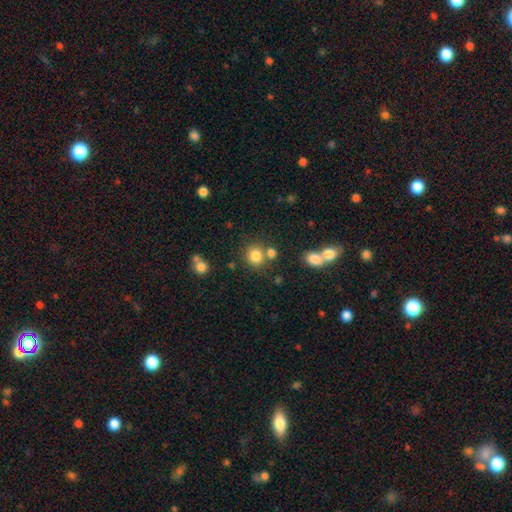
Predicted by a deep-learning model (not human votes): Smooth or featured: smooth — 81% (star or artifact — 12%)
How rounded: round — 84% (in between — 15%)
Merging: none — 68% (merger — 19%)